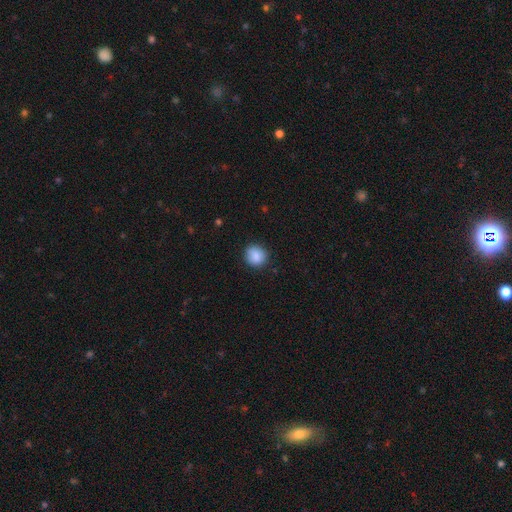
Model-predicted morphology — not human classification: type=smooth (88%); roundness=round (86%); merging=none (87%).